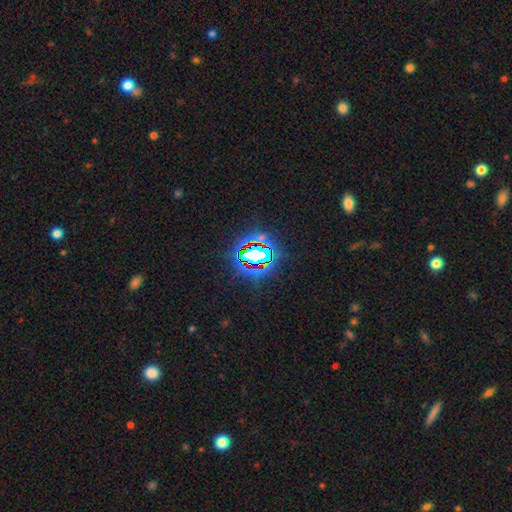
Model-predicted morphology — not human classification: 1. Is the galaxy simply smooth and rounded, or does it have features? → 74% star or artifact, 15% smooth, 11% featured or disk.